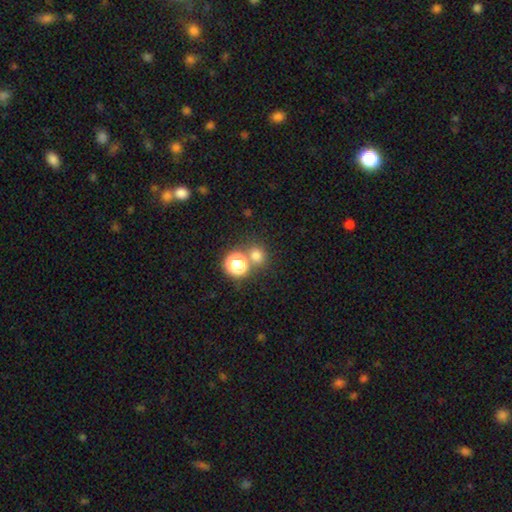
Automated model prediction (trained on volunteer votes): Smooth or featured? Predicted: smooth (p=0.72). How rounded? Predicted: round (p=0.82). Merging? Predicted: none (p=0.67).